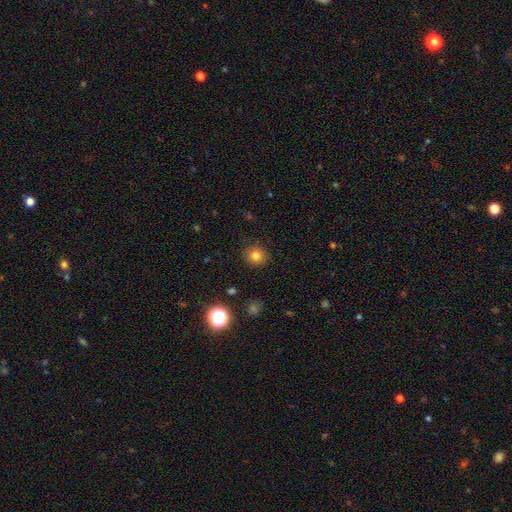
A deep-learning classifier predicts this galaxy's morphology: A smooth galaxy with no disk features (79%) that is round (90%).

Vote fractions:
- Smooth or featured? smooth: 79% / star or artifact: 14% / featured or disk: 7%
- How rounded? round: 90% / in between: 9% / cigar-shaped: 1%
- Merging? none: 90% / minor disturbance: 7% / major disturbance: 2% / merger: 1%